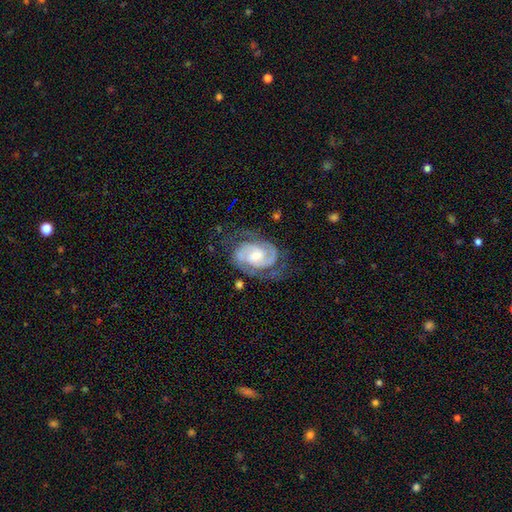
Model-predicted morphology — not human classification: Q: Smooth or featured?
A: featured or disk (91%); runner-up: smooth (5%)
Q: Edge-on disk?
A: no (98%); runner-up: yes (2%)
Q: Bar?
A: no (52%); runner-up: weak (37%)
Q: Spiral arms?
A: yes (98%); runner-up: no (2%)
Q: Spiral winding?
A: tight (58%); runner-up: medium (36%)
Q: Spiral arm count?
A: 2 (88%); runner-up: can't tell (4%)
Q: Bulge size?
A: moderate (49%); runner-up: small (45%)
Q: Merging?
A: none (72%); runner-up: minor disturbance (18%)